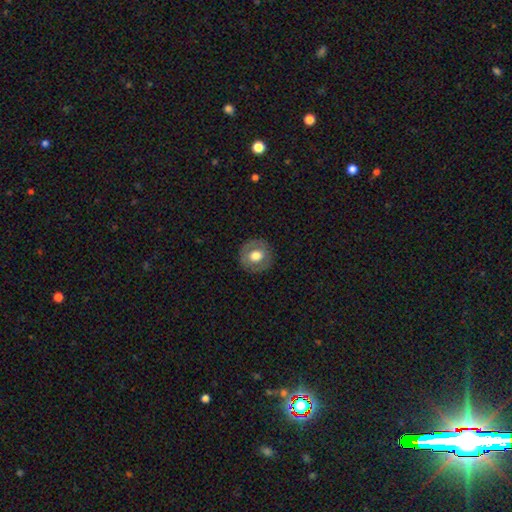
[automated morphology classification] smooth-or-featured: smooth: 58% | featured or disk: 34% | star or artifact: 7%
  how-rounded: round: 88% | in between: 11% | cigar-shaped: 1%
  merging: none: 86% | minor disturbance: 9% | major disturbance: 3% | merger: 1%